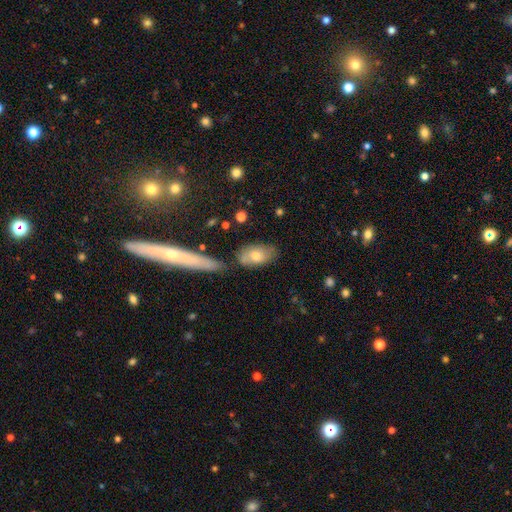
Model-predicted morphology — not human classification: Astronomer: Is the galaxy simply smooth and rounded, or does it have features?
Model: smooth — 69%.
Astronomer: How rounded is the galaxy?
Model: in between — 85%.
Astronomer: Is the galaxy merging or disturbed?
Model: none — 62%.